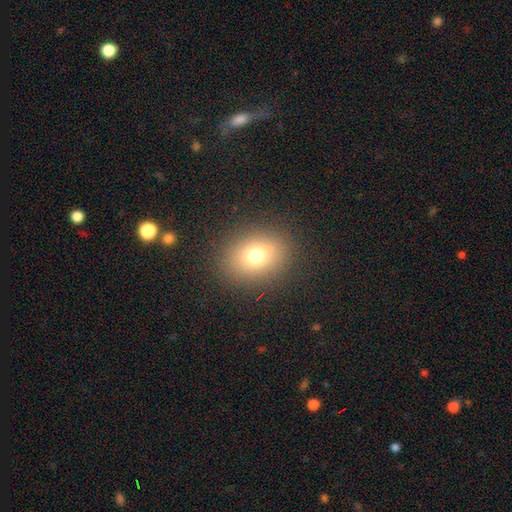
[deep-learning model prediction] smooth-or-featured: smooth: 70% | star or artifact: 16% | featured or disk: 14%
  how-rounded: round: 53% | in between: 46% | cigar-shaped: 1%
  merging: none: 84% | minor disturbance: 9% | major disturbance: 5% | merger: 2%